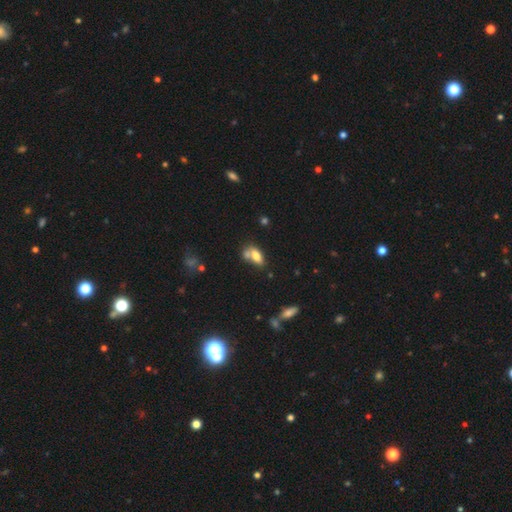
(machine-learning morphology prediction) Smooth or featured: smooth — 73% (featured or disk — 17%)
How rounded: in between — 86% (cigar-shaped — 8%)
Merging: merger — 41% (none — 37%)